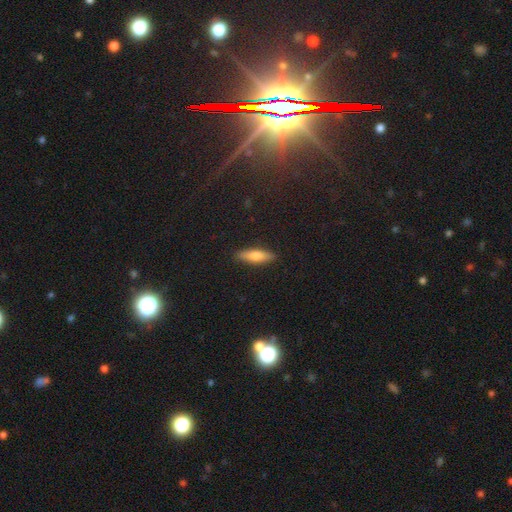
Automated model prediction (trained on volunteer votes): This appears to be a smooth galaxy with no disk features (67%) that is cigar-shaped (71%). Merging: none (90%).